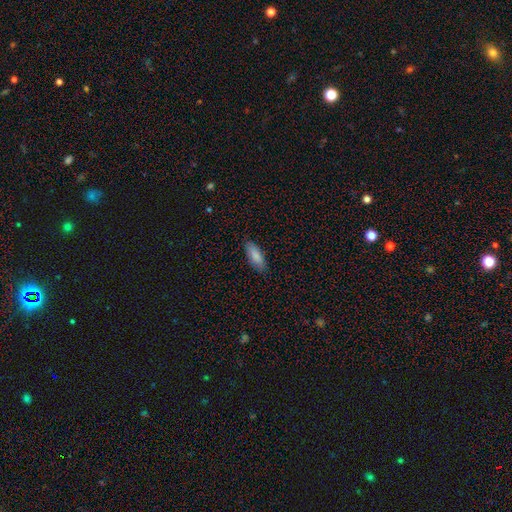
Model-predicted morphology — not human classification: This appears to be a smooth galaxy with no disk features (86%) that is in between round and cigar-shaped (73%). Merging: none (86%).